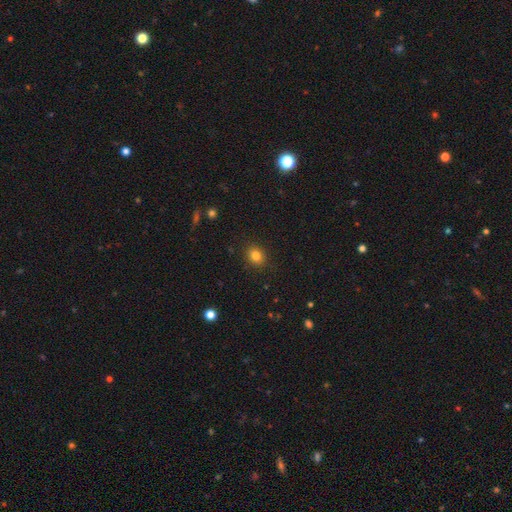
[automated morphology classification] Q: Smooth or featured?
A: smooth (83%); runner-up: star or artifact (12%)
Q: How rounded?
A: round (60%); runner-up: in between (39%)
Q: Merging?
A: none (89%); runner-up: minor disturbance (8%)